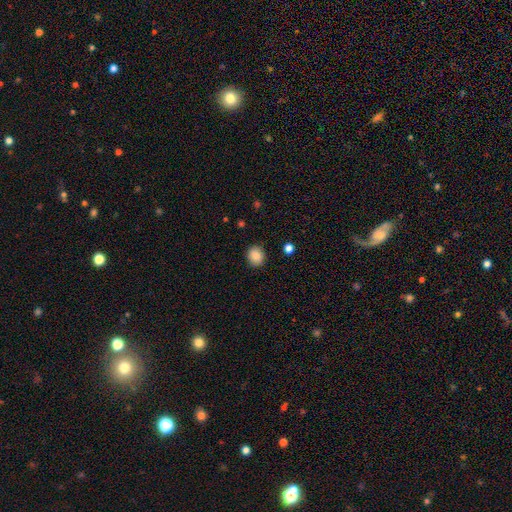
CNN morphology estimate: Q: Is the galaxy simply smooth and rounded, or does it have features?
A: smooth — 85%.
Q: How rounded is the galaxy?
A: round — 75%.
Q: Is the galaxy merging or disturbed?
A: none — 89%.